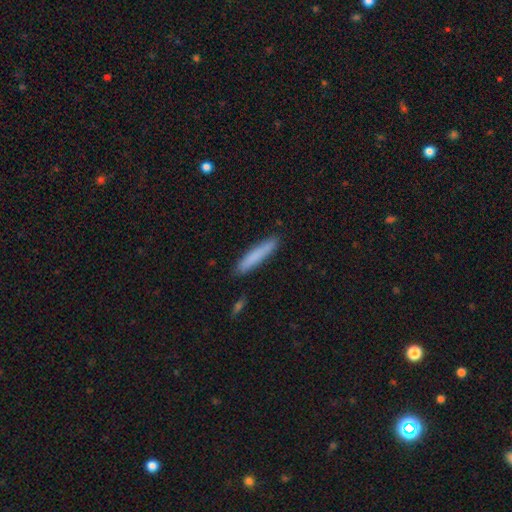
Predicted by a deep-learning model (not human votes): This is clearly a smooth galaxy (81%). How rounded: clearly cigar-shaped (92%). Merging: clearly none (88%).